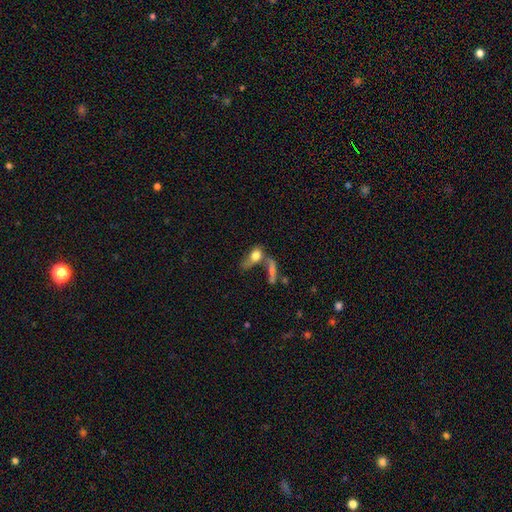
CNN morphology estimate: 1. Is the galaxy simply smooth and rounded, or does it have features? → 62% smooth, 27% featured or disk, 11% star or artifact.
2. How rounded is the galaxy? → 64% in between, 20% round, 16% cigar-shaped.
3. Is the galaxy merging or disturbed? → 43% merger, 23% major disturbance, 22% none, 11% minor disturbance.